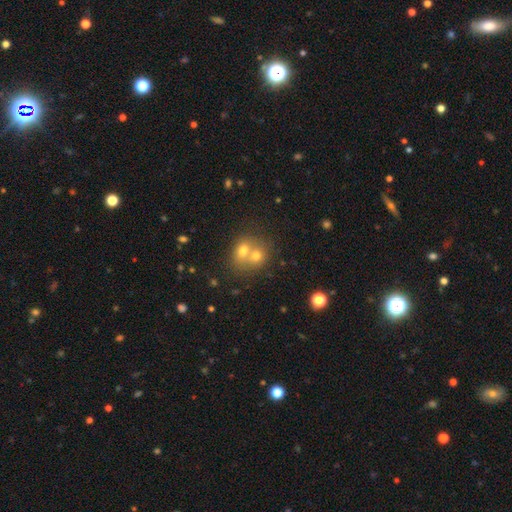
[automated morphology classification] This is likely a smooth galaxy (68%). How rounded: likely round (64%). Merging: likely merger (67%).